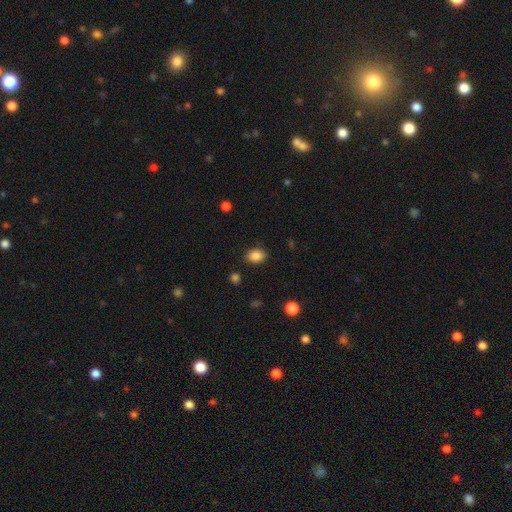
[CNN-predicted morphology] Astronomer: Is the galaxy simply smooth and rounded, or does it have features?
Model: smooth — 87%.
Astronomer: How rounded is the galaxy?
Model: in between — 59% (runner-up: round, 41%).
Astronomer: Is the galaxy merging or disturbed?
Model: none — 85%.